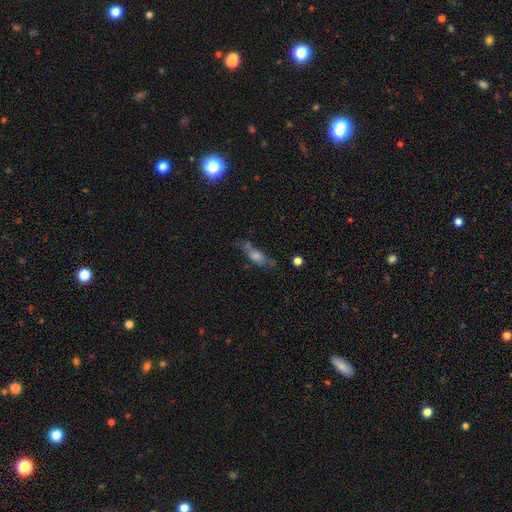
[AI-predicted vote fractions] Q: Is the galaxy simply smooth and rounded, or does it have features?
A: smooth — 47%.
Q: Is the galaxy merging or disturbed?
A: none — 55%.